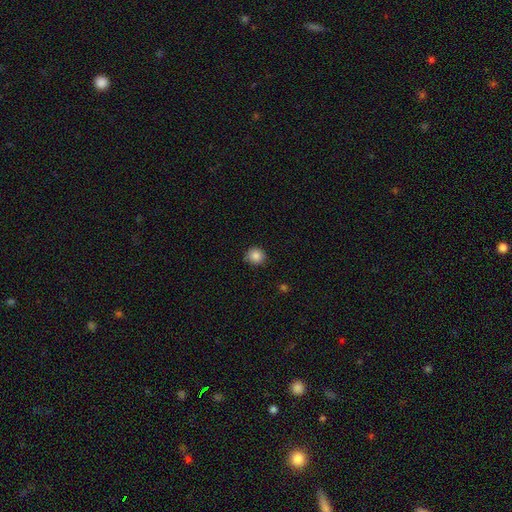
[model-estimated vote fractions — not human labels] Morphology: type=smooth (85%); roundness=round (88%); merging=none (86%).